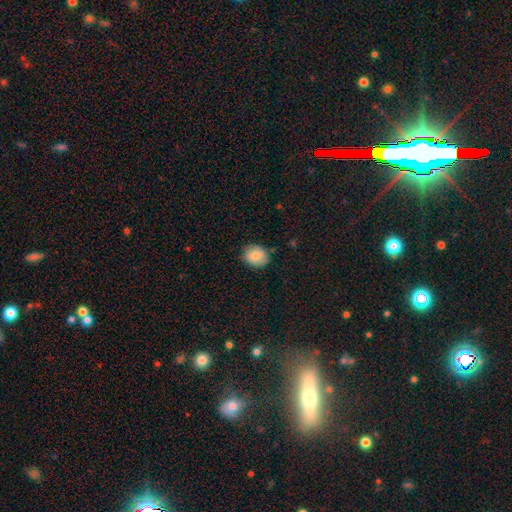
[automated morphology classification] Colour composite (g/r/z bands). It shows a smooth galaxy with no disk features (82%) that is round (61%). Merging: none (80%).